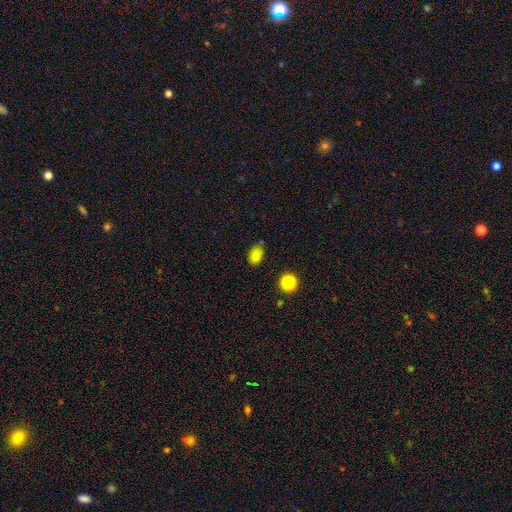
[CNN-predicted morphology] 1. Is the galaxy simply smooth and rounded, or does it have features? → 80% smooth, 13% star or artifact, 6% featured or disk.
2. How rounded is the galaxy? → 81% in between, 17% round, 1% cigar-shaped.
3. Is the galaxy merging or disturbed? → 74% none, 16% minor disturbance, 6% merger, 4% major disturbance.